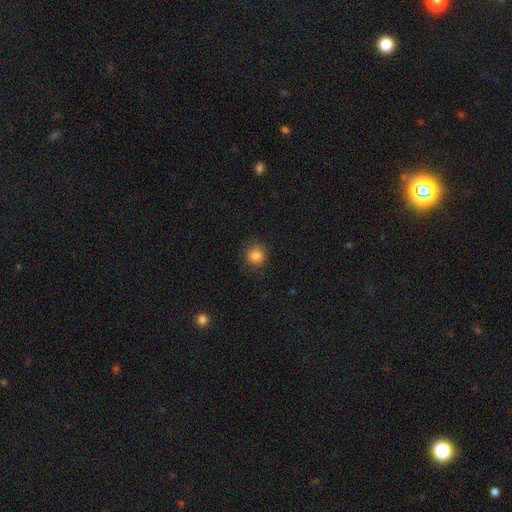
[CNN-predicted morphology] smooth 84%, star or artifact 11%, featured or disk 5%. Down the decision tree: how rounded — round (89%); merging — none (85%).